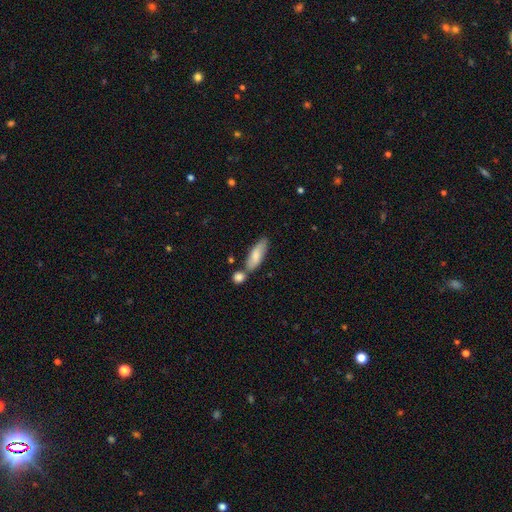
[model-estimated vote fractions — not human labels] Q: Smooth or featured?
A: smooth (76%); runner-up: featured or disk (18%)
Q: How rounded?
A: in between (60%); runner-up: cigar-shaped (38%)
Q: Merging?
A: none (58%); runner-up: merger (23%)